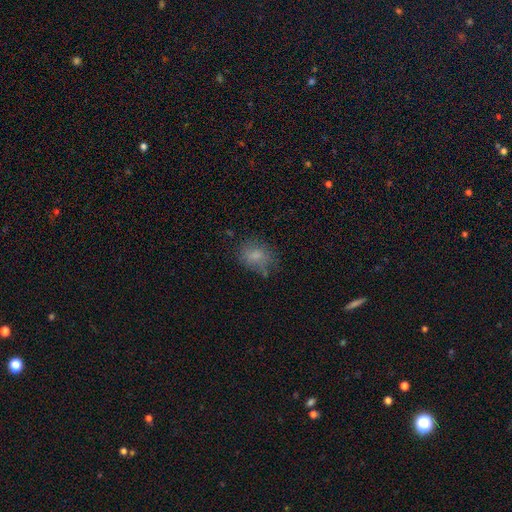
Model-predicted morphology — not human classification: smooth_or_featured: smooth (p=0.76) [alt: featured or disk p=0.13]
how_rounded: in between (p=0.55) [alt: round p=0.43]
merging: none (p=0.66) [alt: minor disturbance p=0.22]